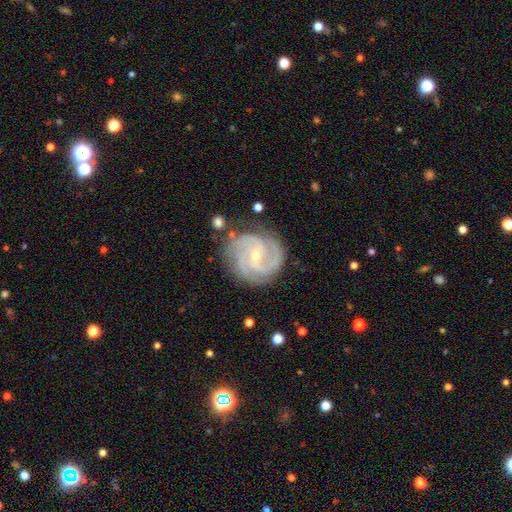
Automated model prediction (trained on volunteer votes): This appears to be a featured or disk galaxy (90%) with no bar (44%), 3 (48%) tight (58%) spiral arms (98%) and a small central bulge (67%). Merging: none (78%).